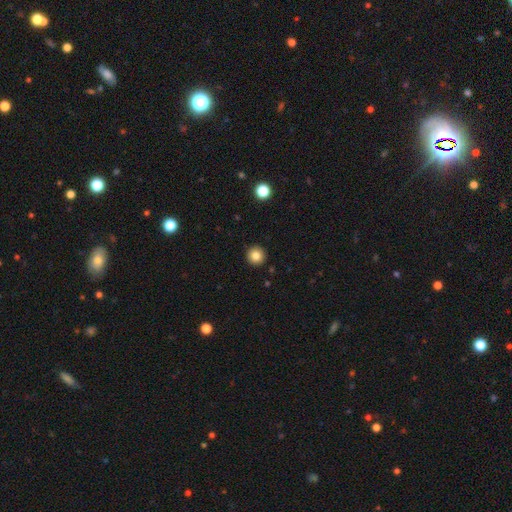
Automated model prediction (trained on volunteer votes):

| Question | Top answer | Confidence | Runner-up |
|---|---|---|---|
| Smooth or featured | smooth | 84% | star or artifact (11%) |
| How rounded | round | 96% | in between (3%) |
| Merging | none | 93% | minor disturbance (5%) |